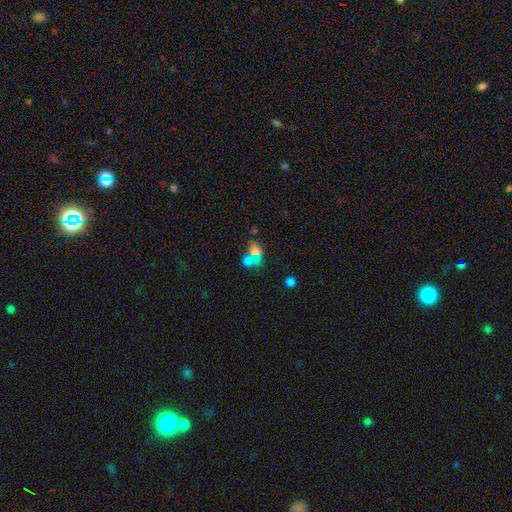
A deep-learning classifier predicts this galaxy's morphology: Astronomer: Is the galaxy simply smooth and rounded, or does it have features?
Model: smooth — 67%.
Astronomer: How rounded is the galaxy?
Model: in between — 62%.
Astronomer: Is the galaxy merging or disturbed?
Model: merger — 45% (runner-up: none, 39%).